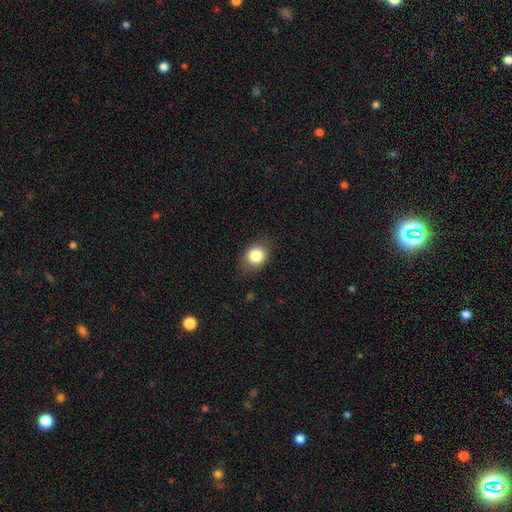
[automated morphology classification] A smooth galaxy with no disk features (82%) that is round (58%).

Vote fractions:
- Smooth or featured? smooth: 82% / star or artifact: 10% / featured or disk: 8%
- How rounded? round: 58% / in between: 41% / cigar-shaped: 1%
- Merging? none: 80% / minor disturbance: 15% / major disturbance: 4% / merger: 1%